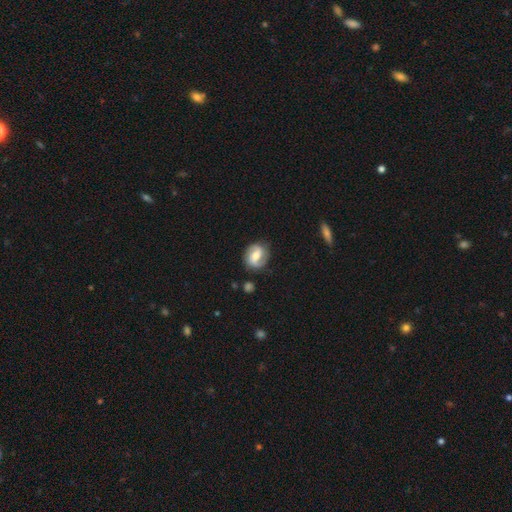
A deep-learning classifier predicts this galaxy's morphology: A featured or disk galaxy (68%) with a weak bar (46%), 2 (83%) medium (45%) spiral arms (90%) and a moderate central bulge (66%).

Vote fractions:
- Smooth or featured? featured or disk: 68% / smooth: 26% / star or artifact: 6%
- Edge-on disk? no: 97% / yes: 3%
- Bar? weak: 46% / no: 29% / strong: 25%
- Spiral arms? yes: 90% / no: 10%
- Spiral winding? medium: 45% / tight: 28% / loose: 27%
- Spiral arm count? 2: 83% / can't tell: 7% / 1: 6% / 3: 2% / 4: 1% / more than 4: 1%
- Bulge size? moderate: 66% / small: 20% / large: 10% / none: 2% / dominant: 1%
- Merging? none: 79% / minor disturbance: 15% / major disturbance: 5% / merger: 2%